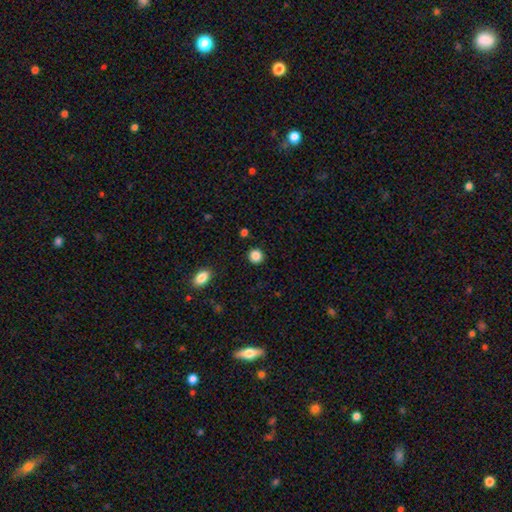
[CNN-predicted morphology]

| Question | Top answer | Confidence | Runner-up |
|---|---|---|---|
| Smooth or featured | smooth | 87% | star or artifact (10%) |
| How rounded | round | 91% | in between (8%) |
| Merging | none | 91% | minor disturbance (5%) |